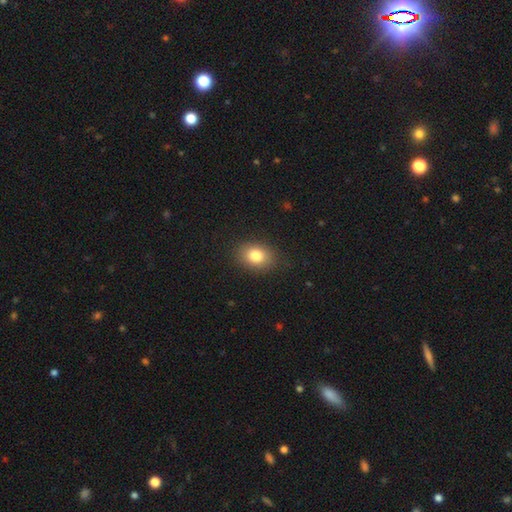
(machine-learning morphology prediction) A smooth galaxy with no disk features (82%) that is in between round and cigar-shaped (65%).

Vote fractions:
- Smooth or featured? smooth: 82% / star or artifact: 9% / featured or disk: 9%
- How rounded? in between: 65% / round: 34% / cigar-shaped: 1%
- Merging? none: 85% / minor disturbance: 10% / major disturbance: 3% / merger: 1%